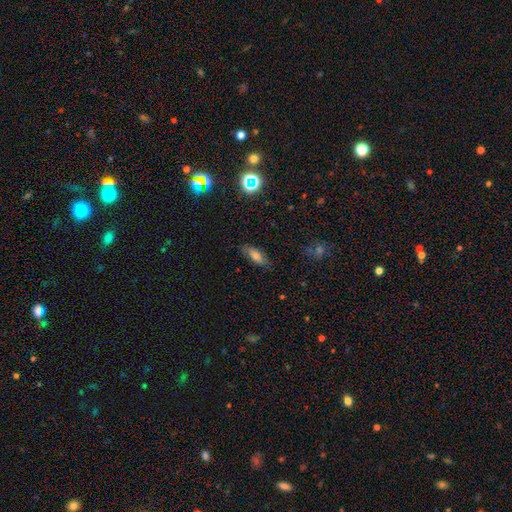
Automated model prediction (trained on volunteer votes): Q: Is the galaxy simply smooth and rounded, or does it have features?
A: smooth — 67%.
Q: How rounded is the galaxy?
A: in between — 76%.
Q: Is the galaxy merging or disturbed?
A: none — 79%.